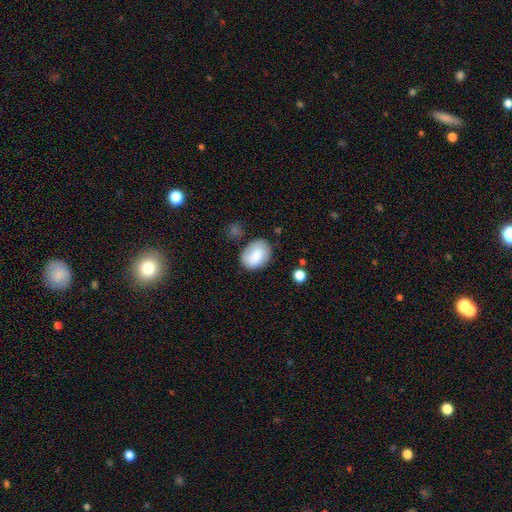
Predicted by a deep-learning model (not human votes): smooth-or-featured: smooth: 82% | featured or disk: 11% | star or artifact: 7%
  how-rounded: in between: 74% | round: 25% | cigar-shaped: 1%
  merging: none: 68% | minor disturbance: 22% | major disturbance: 6% | merger: 5%